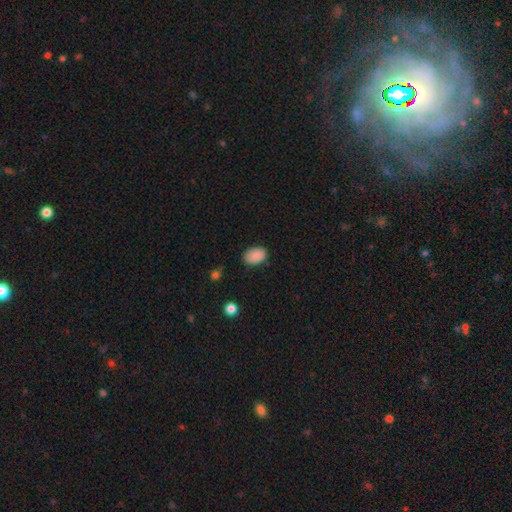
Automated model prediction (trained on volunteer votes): Smooth or featured? smooth (89%)
How rounded? in between (85%)
Merging? none (82%)